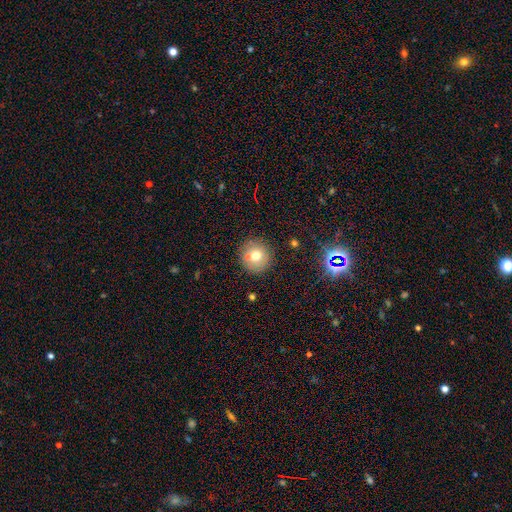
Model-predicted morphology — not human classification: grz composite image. It shows a smooth galaxy with no disk features (67%) that is round (92%). Merging: none (76%).